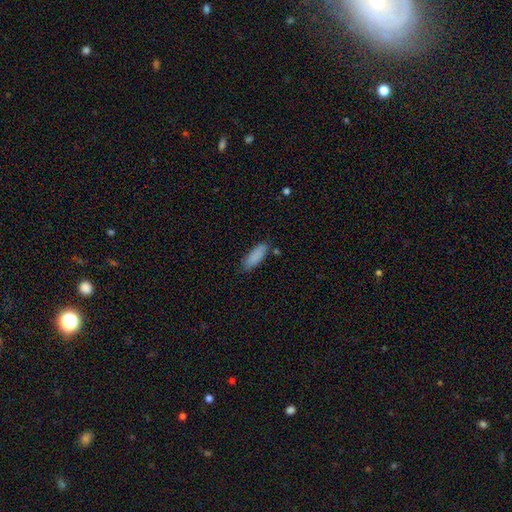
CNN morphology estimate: Smooth or featured?
  - smooth: 87% *
  - star or artifact: 7%
  - featured or disk: 6%
How rounded?
  - in between: 59% *
  - cigar-shaped: 40%
  - round: 2%
Merging?
  - none: 79% *
  - minor disturbance: 14%
  - merger: 3%
  - major disturbance: 3%